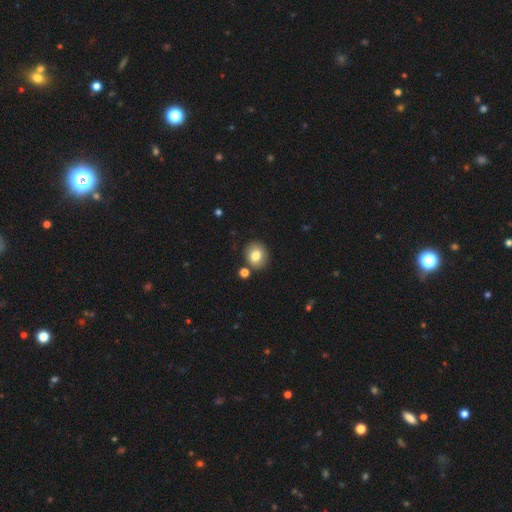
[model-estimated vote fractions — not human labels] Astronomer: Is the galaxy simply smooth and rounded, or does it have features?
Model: smooth — 79%.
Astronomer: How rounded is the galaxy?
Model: round — 72%.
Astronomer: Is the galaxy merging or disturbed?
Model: none — 80%.